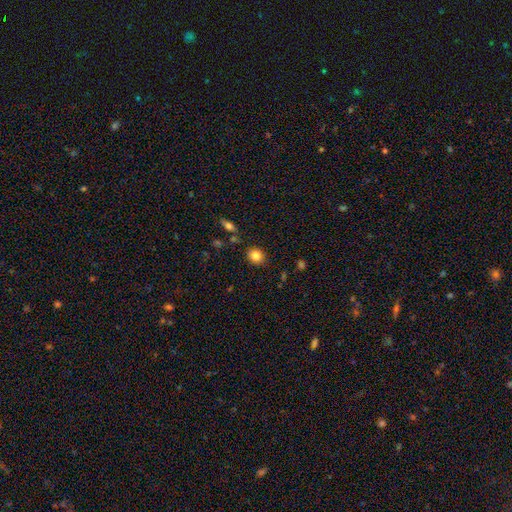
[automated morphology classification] This appears to be a smooth galaxy with no disk features (83%) that is round (71%). Merging: none (87%).